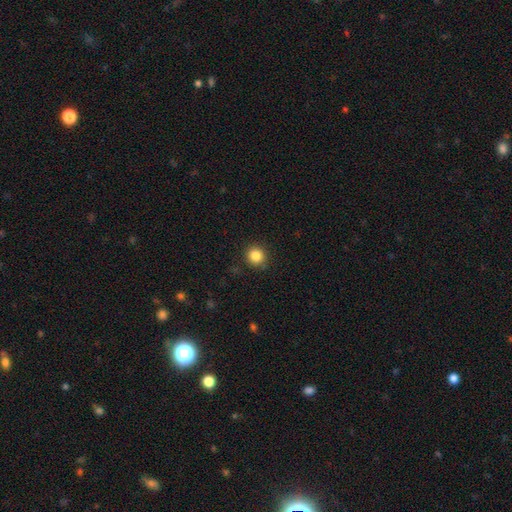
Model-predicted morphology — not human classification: This appears to be a smooth galaxy with no disk features (85%) that is round (92%). Merging: none (89%).